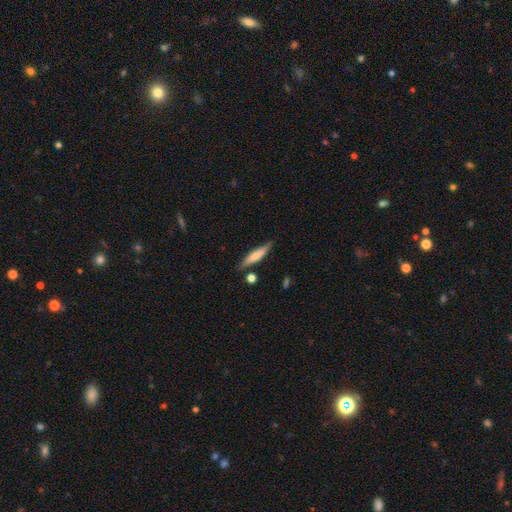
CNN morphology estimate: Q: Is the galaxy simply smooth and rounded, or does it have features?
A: smooth — 54%.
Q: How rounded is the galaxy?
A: cigar-shaped — 84%.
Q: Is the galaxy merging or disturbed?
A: none — 80%.